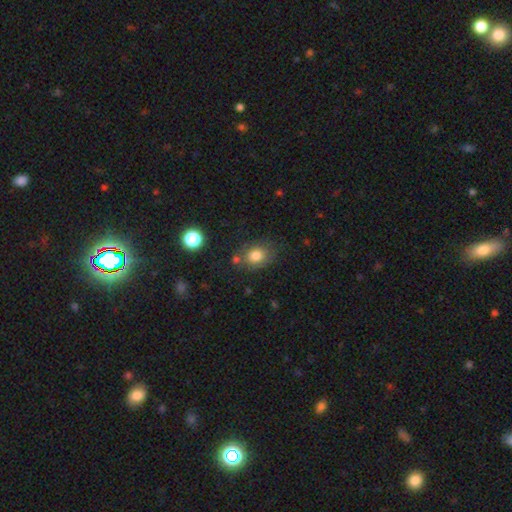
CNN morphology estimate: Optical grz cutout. It shows a smooth galaxy with no disk features (79%) that is in between round and cigar-shaped (54%). Merging: none (69%).